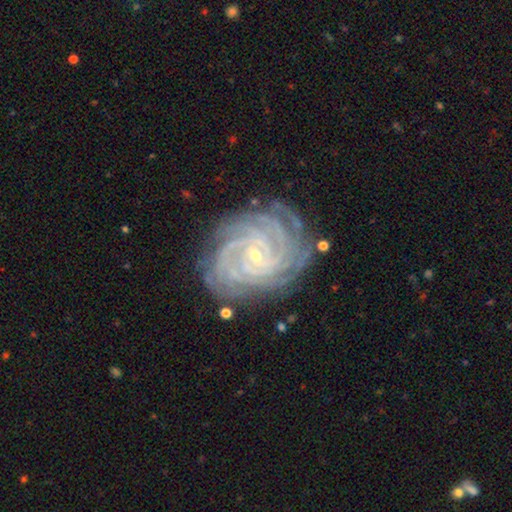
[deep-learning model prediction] Morphology: type=featured or disk (92%); edge-on=no (98%); bar=no (44%); spiral arms=yes (99%); winding=tight (85%); arm count=4 (31%); bulge=small (78%); merging=none (78%).